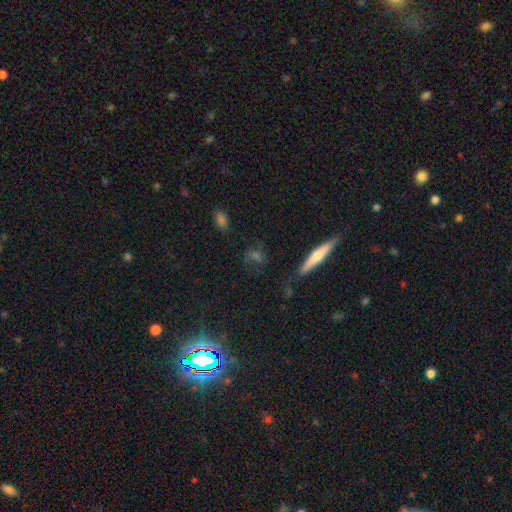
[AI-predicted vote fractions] Smooth or featured?
  - smooth: 40% *
  - featured or disk: 34%
  - star or artifact: 26%
Merging?
  - none: 74% *
  - minor disturbance: 17%
  - major disturbance: 6%
  - merger: 3%